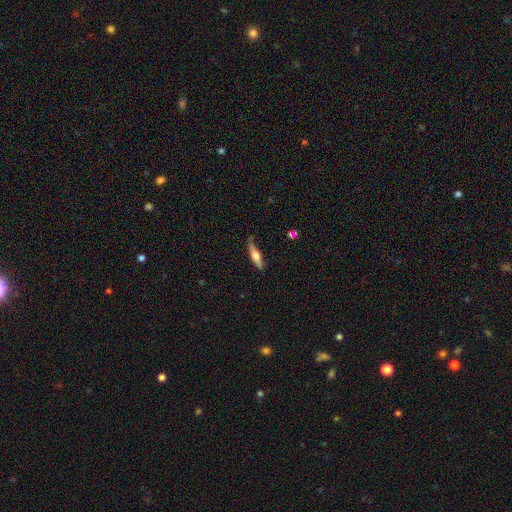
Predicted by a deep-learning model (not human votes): Q: Smooth or featured?
A: smooth (52%); runner-up: featured or disk (42%)
Q: How rounded?
A: cigar-shaped (69%); runner-up: in between (29%)
Q: Merging?
A: none (79%); runner-up: minor disturbance (16%)